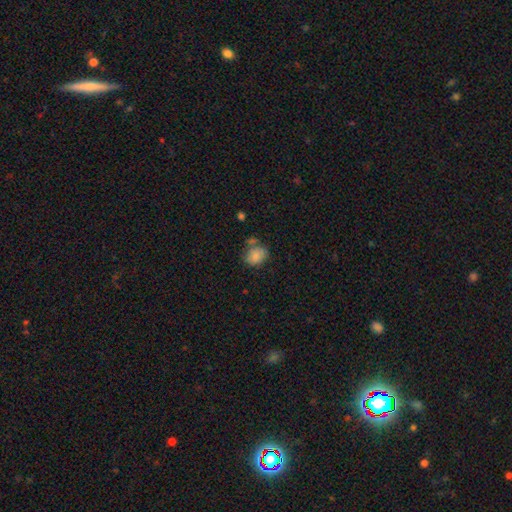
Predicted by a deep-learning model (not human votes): A smooth galaxy with no disk features (83%) that is in between round and cigar-shaped (52%).

Vote fractions:
- Smooth or featured? smooth: 83% / star or artifact: 9% / featured or disk: 9%
- How rounded? in between: 52% / round: 47% / cigar-shaped: 1%
- Merging? none: 55% / minor disturbance: 21% / merger: 17% / major disturbance: 7%